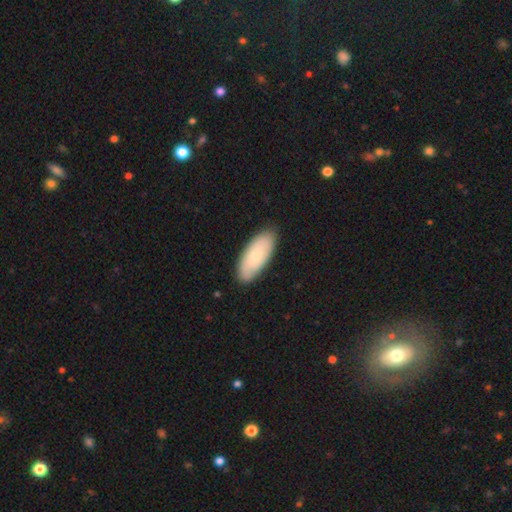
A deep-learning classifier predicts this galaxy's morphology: type=smooth (66%); roundness=in between (86%); merging=none (85%).